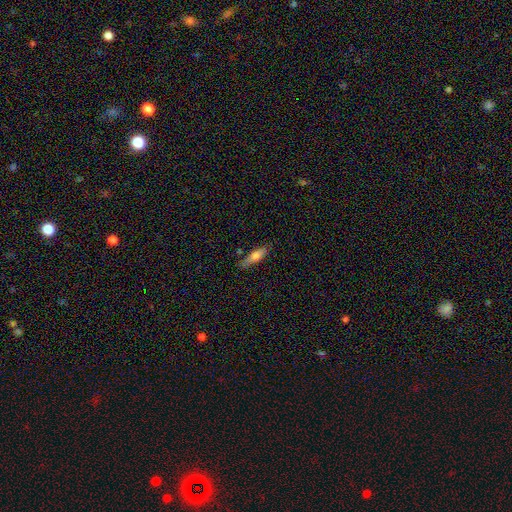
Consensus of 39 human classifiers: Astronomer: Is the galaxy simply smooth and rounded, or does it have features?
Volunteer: smooth — 72%.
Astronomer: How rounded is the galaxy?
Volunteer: in between — 57% (runner-up: cigar-shaped, 43%).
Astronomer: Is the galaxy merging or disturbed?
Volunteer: none — 60%.